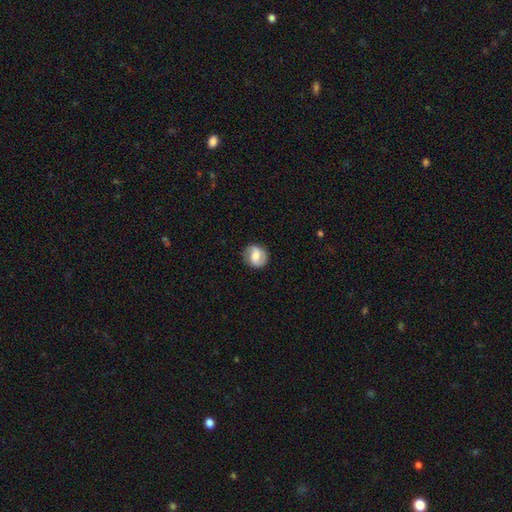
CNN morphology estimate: Smooth or featured: featured or disk — 49% (smooth — 44%)
Merging: none — 82% (minor disturbance — 13%)